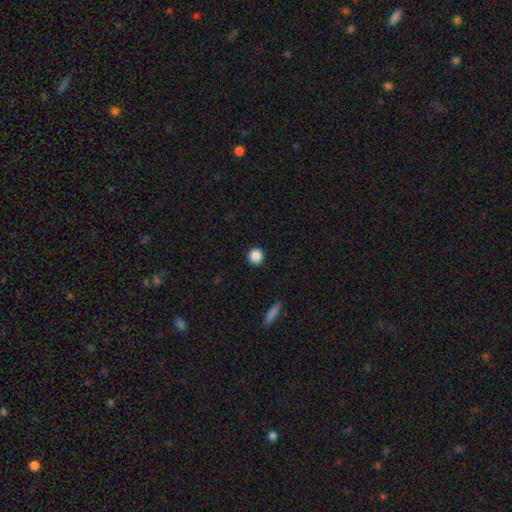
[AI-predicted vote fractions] Smooth or featured?
  - smooth: 87% *
  - star or artifact: 10%
  - featured or disk: 3%
How rounded?
  - round: 94% *
  - in between: 4%
  - cigar-shaped: 1%
Merging?
  - none: 92% *
  - minor disturbance: 5%
  - major disturbance: 2%
  - merger: 1%